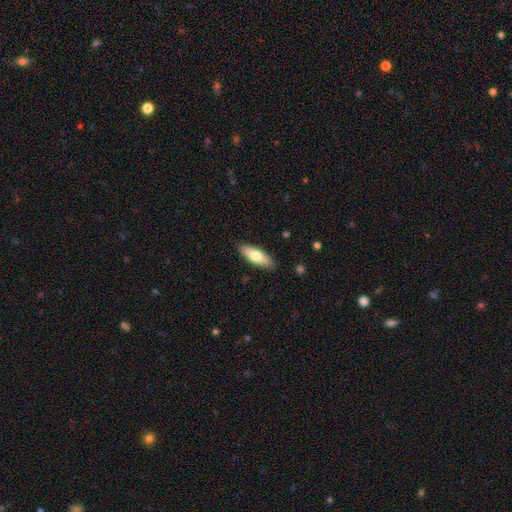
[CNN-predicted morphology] type=smooth (70%); roundness=in between (63%); merging=none (88%).